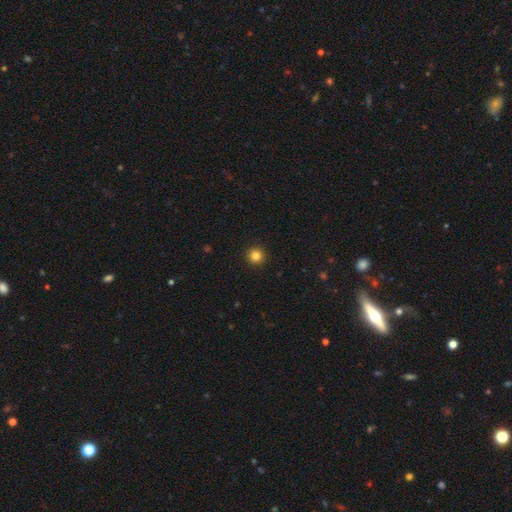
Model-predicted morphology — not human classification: A smooth galaxy with no disk features (83%) that is round (96%). Merging: none (94%).